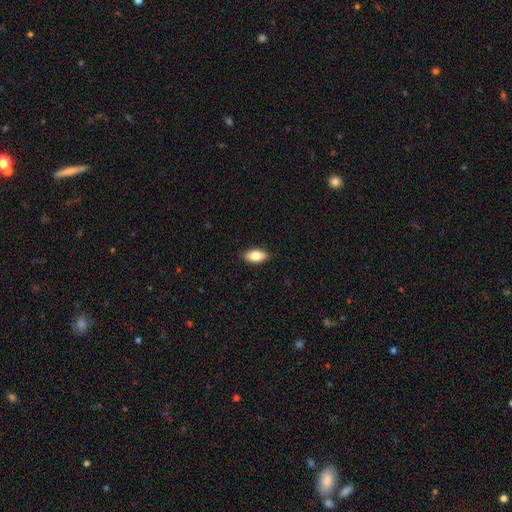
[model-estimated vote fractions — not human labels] smooth_or_featured: smooth (p=0.78) [alt: featured or disk p=0.15]
how_rounded: in between (p=0.89) [alt: cigar-shaped p=0.07]
merging: none (p=0.89) [alt: minor disturbance p=0.09]